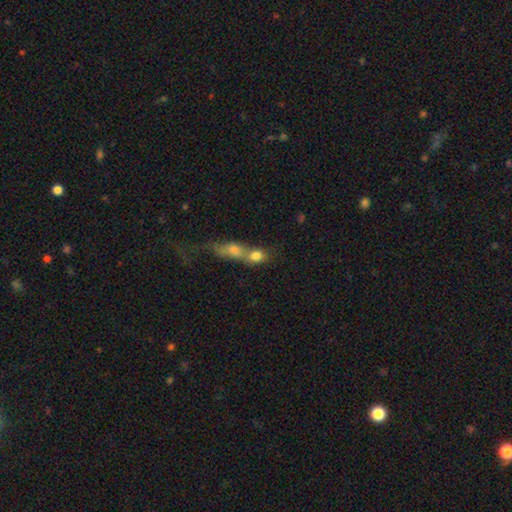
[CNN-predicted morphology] smooth_or_featured: smooth (p=0.75) [alt: featured or disk p=0.15]
how_rounded: in between (p=0.47) [alt: round p=0.45]
merging: merger (p=0.72) [alt: none p=0.18]